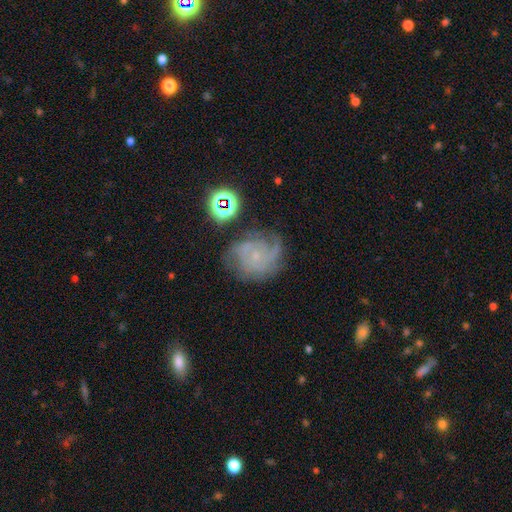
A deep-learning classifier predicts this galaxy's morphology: Smooth or featured?
  - featured or disk: 73% *
  - smooth: 15%
  - star or artifact: 12%
Edge-on disk?
  - no: 98% *
  - yes: 2%
Bar?
  - no: 74% *
  - weak: 23%
  - strong: 4%
Spiral arms?
  - yes: 93% *
  - no: 7%
Spiral winding?
  - tight: 49% *
  - medium: 38%
  - loose: 13%
Spiral arm count?
  - can't tell: 34% *
  - 3: 24%
  - 2: 21%
  - 4: 9%
  - 1: 7%
  - more than 4: 6%
Bulge size?
  - small: 79% *
  - moderate: 11%
  - none: 8%
  - large: 1%
  - dominant: 1%
Merging?
  - none: 60% *
  - minor disturbance: 22%
  - major disturbance: 14%
  - merger: 4%